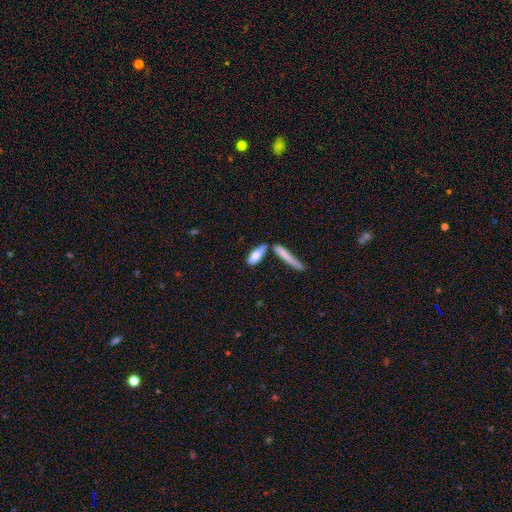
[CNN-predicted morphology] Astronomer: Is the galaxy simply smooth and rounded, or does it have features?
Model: smooth — 77%.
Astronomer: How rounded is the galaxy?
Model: in between — 56% (runner-up: cigar-shaped, 42%).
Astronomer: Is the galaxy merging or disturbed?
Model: none — 48% (runner-up: merger, 30%).